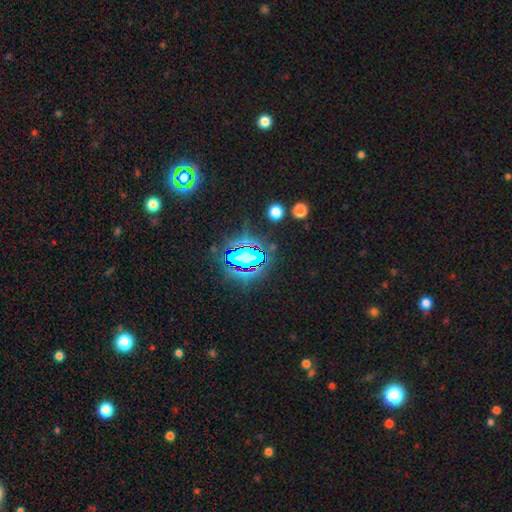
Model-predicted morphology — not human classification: Smooth or featured?
  - star or artifact: 81% *
  - smooth: 11%
  - featured or disk: 8%